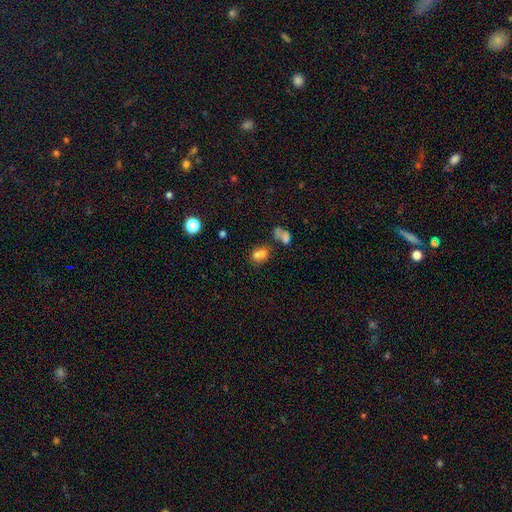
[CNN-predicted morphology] Overall: smooth (58%; star or artifact 30%). How rounded: in between (54%; round 44%). Merging: none (52%; merger 28%).